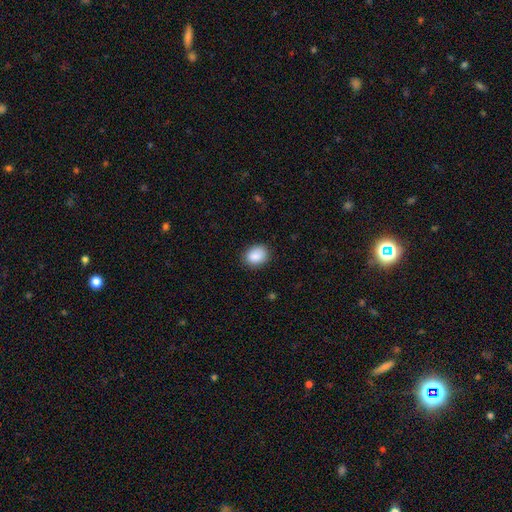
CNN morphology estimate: Smooth or featured? Predicted: smooth (p=0.89). How rounded? Predicted: in between (p=0.59). Merging? Predicted: none (p=0.85).